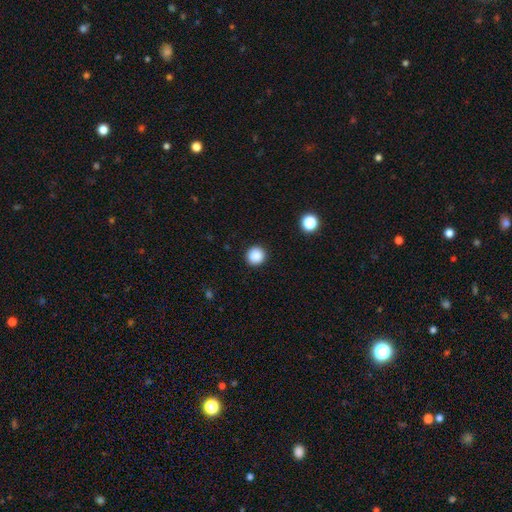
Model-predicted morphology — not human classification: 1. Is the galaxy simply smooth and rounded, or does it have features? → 88% smooth, 10% star or artifact, 2% featured or disk.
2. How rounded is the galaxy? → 95% round, 4% in between, 1% cigar-shaped.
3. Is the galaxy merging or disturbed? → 92% none, 5% minor disturbance, 2% major disturbance, 1% merger.